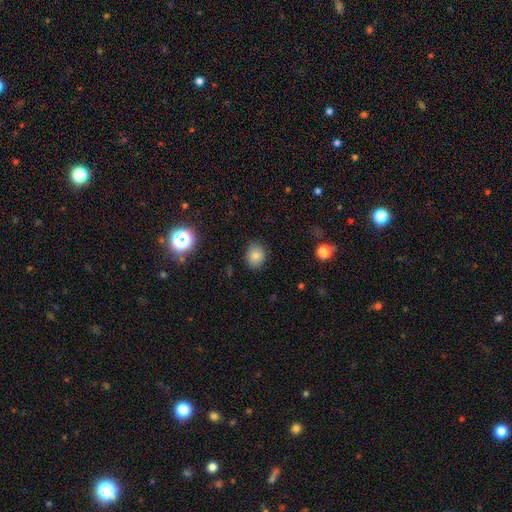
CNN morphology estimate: smooth_or_featured: smooth (p=0.80) [alt: star or artifact p=0.12]
how_rounded: round (p=0.62) [alt: in between p=0.37]
merging: none (p=0.82) [alt: minor disturbance p=0.13]